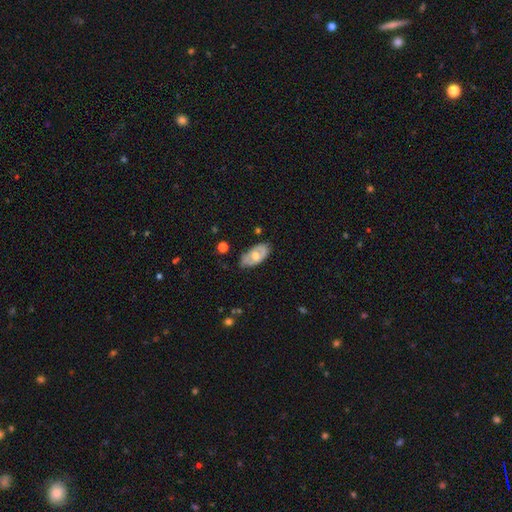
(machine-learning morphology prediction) Smooth or featured? featured or disk (49%)
Merging? none (71%)